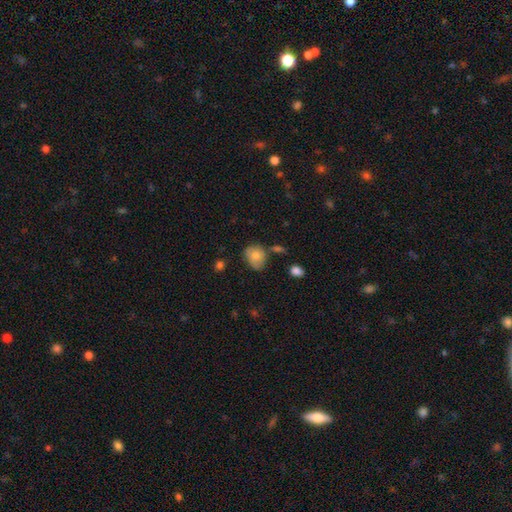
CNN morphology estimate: Overall: smooth (74%). How rounded: round (53%; in between 46%). Merging: none (52%; minor disturbance 32%).